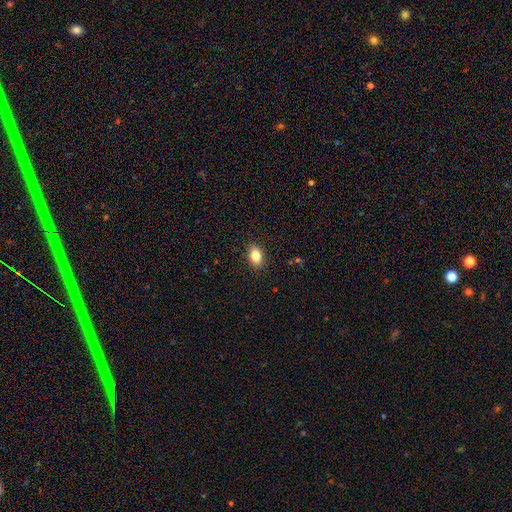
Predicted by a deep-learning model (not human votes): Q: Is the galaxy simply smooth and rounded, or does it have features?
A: smooth — 84%.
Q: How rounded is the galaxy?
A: in between — 84%.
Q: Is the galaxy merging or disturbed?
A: none — 88%.